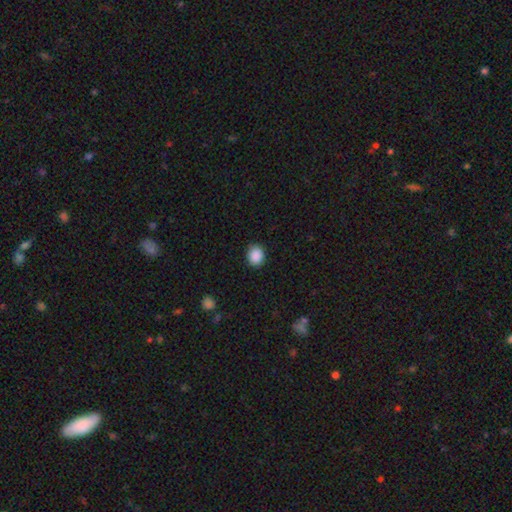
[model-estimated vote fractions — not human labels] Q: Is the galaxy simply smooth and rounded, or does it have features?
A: smooth — 89%.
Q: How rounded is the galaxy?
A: round — 67%.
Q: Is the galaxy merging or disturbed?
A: none — 89%.